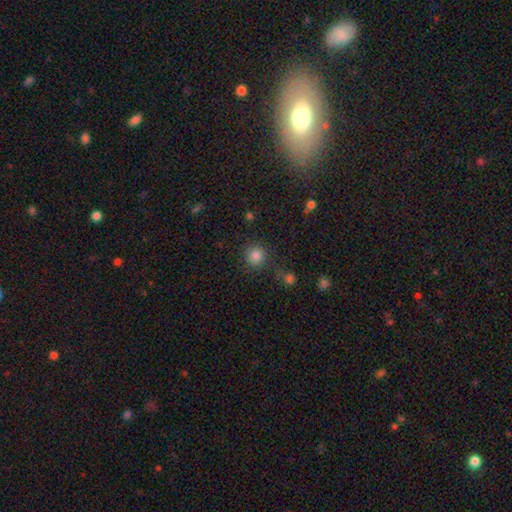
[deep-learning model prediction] A smooth galaxy with no disk features (83%) that is round (92%).

Vote fractions:
- Smooth or featured? smooth: 83% / star or artifact: 12% / featured or disk: 4%
- How rounded? round: 92% / in between: 7% / cigar-shaped: 1%
- Merging? none: 81% / minor disturbance: 10% / merger: 6% / major disturbance: 4%